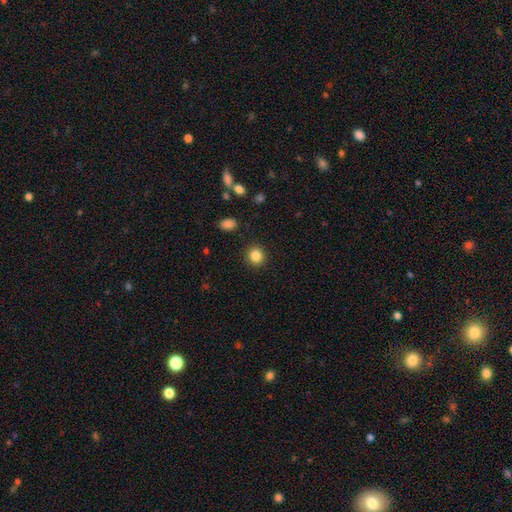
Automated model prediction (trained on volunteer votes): The model was most divided on "smooth or featured": smooth: 85%, star or artifact: 11%, featured or disk: 4%. More confident: merging — none (91%); how rounded — round (88%).